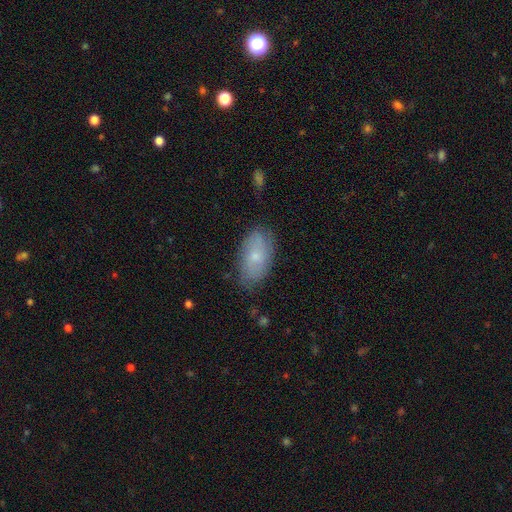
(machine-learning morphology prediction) Smooth or featured? smooth (54%)
How rounded? in between (92%)
Merging? none (74%)